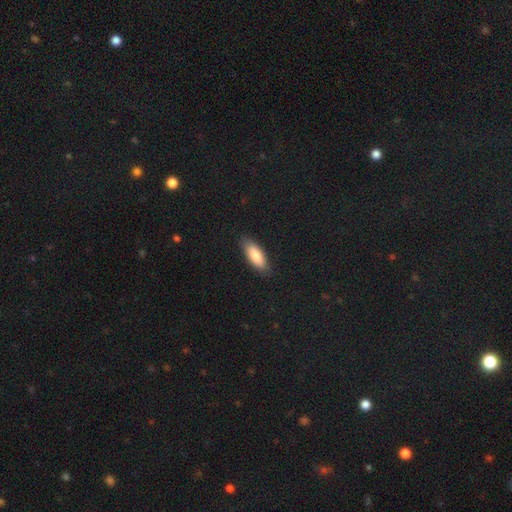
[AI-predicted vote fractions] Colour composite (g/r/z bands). It shows a smooth galaxy with no disk features (82%) that is in between round and cigar-shaped (72%). Merging: none (86%).